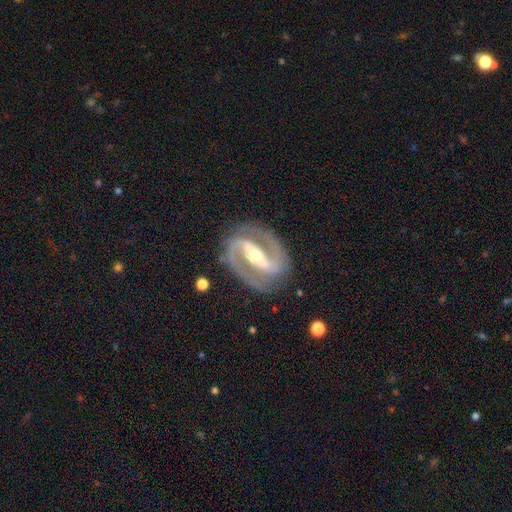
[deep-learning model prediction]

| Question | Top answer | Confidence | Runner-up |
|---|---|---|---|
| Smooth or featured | featured or disk | 92% | star or artifact (4%) |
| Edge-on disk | no | 97% | yes (3%) |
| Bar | strong | 74% | weak (18%) |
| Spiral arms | yes | 97% | no (3%) |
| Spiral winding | medium | 53% | tight (37%) |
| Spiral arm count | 2 | 94% | can't tell (2%) |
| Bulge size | moderate | 52% | small (43%) |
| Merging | none | 85% | minor disturbance (10%) |